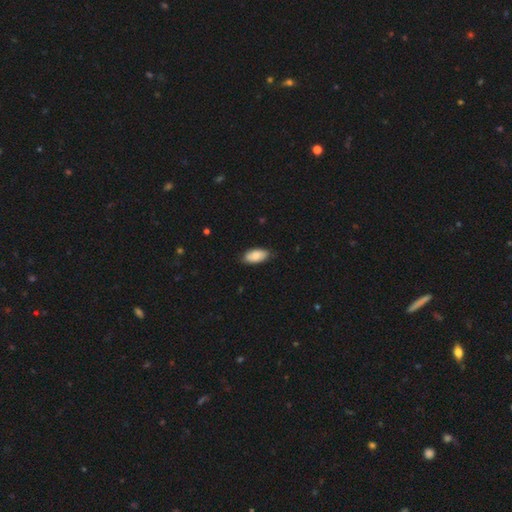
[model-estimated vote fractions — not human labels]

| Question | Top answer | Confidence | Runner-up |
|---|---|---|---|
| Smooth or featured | smooth | 81% | featured or disk (13%) |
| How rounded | in between | 94% | cigar-shaped (4%) |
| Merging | none | 81% | minor disturbance (16%) |